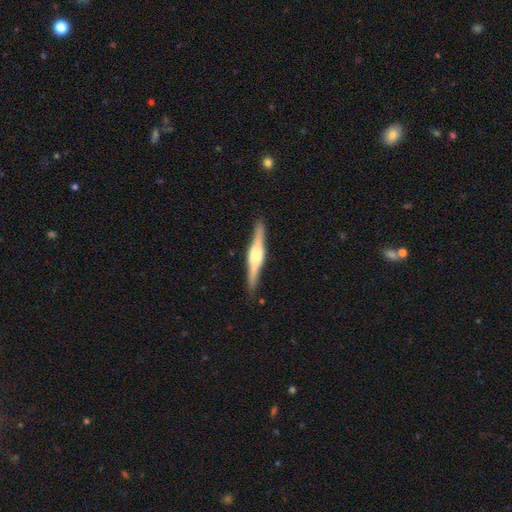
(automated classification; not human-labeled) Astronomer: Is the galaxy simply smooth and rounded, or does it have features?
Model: featured or disk — 77%.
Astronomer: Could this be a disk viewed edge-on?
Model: yes — 98%.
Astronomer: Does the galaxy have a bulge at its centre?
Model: rounded — 82%.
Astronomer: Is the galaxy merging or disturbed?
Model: none — 90%.